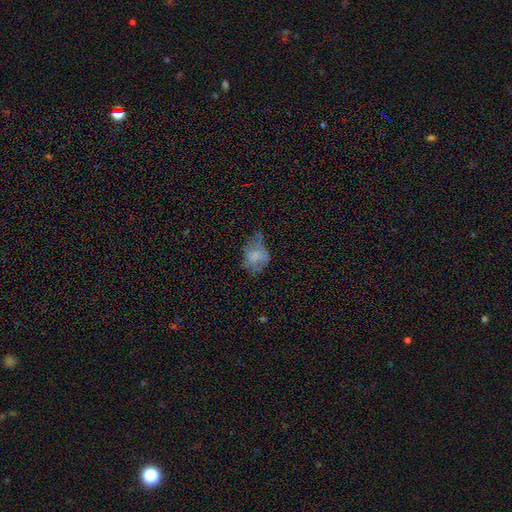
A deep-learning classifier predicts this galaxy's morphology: smooth-or-featured: smooth: 57% | featured or disk: 31% | star or artifact: 12%
  how-rounded: in between: 68% | round: 31% | cigar-shaped: 1%
  merging: minor disturbance: 35% | major disturbance: 33% | none: 28% | merger: 4%